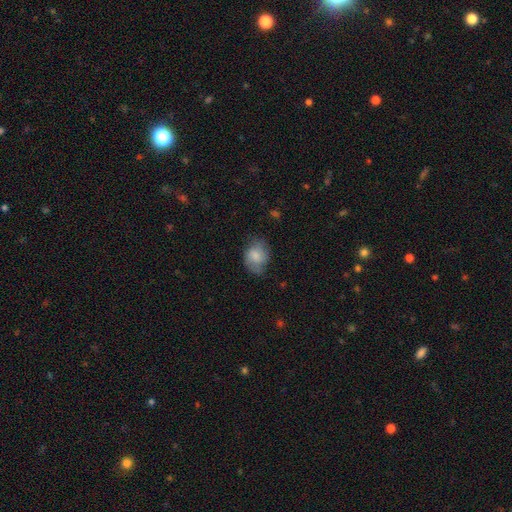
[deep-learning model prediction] smooth_or_featured: smooth (p=0.71) [alt: featured or disk p=0.22]
how_rounded: in between (p=0.62) [alt: round p=0.37]
merging: none (p=0.62) [alt: minor disturbance p=0.28]